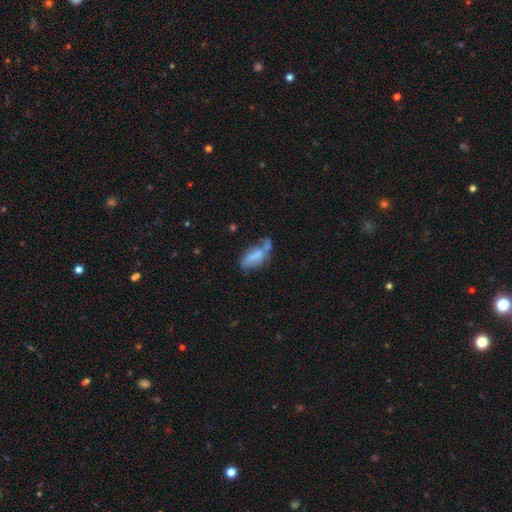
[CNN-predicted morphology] Q: Smooth or featured?
A: smooth (69%); runner-up: featured or disk (22%)
Q: How rounded?
A: in between (87%); runner-up: cigar-shaped (10%)
Q: Merging?
A: merger (30%); runner-up: none (28%)